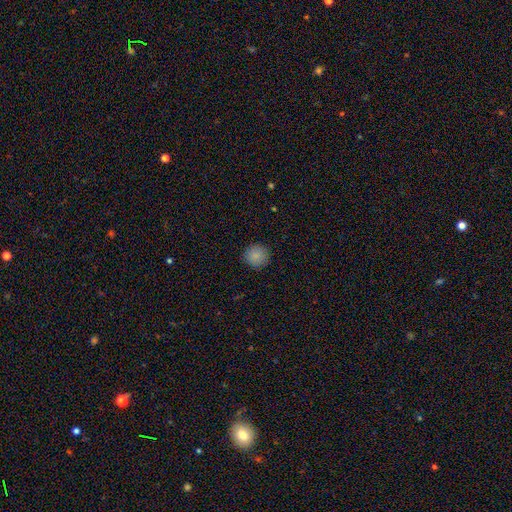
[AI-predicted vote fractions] Overall: smooth (86%). How rounded: round (92%). Merging: none (90%).